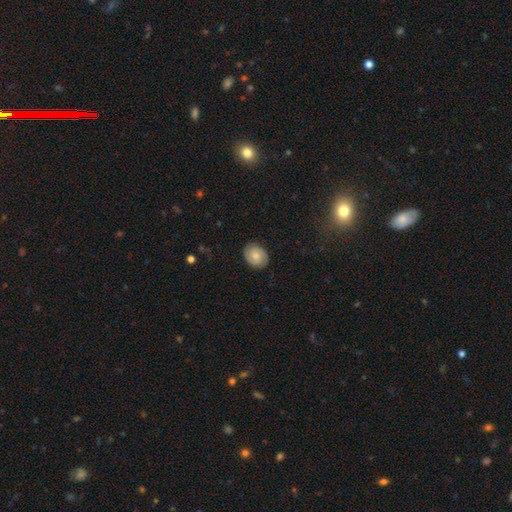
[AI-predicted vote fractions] This appears to be a featured or disk galaxy (48%). Merging: none (84%).